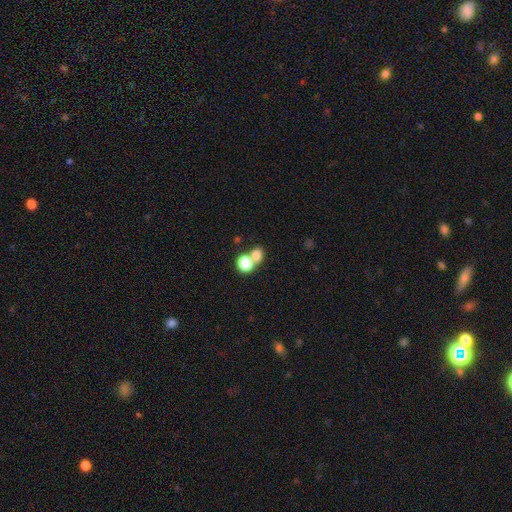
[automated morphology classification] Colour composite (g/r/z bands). It shows a smooth galaxy with no disk features (76%) that is round (63%). Merging: merger (51%).